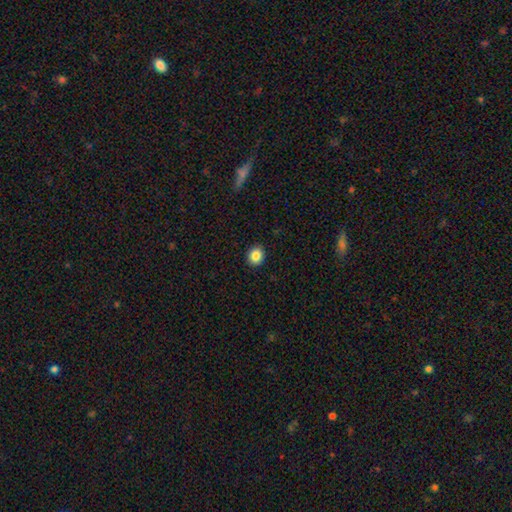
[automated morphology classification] smooth-or-featured: smooth: 86% | star or artifact: 9% | featured or disk: 5%
  how-rounded: round: 73% | in between: 26% | cigar-shaped: 1%
  merging: none: 91% | minor disturbance: 6% | major disturbance: 2% | merger: 1%